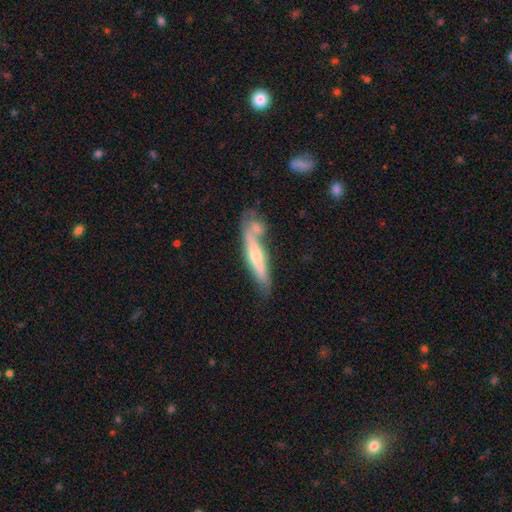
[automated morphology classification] smooth-or-featured: featured or disk: 52% | smooth: 43% | star or artifact: 6%
  disk-edge-on: yes: 87% | no: 13%
  merging: none: 56% | merger: 23% | minor disturbance: 16% | major disturbance: 5%